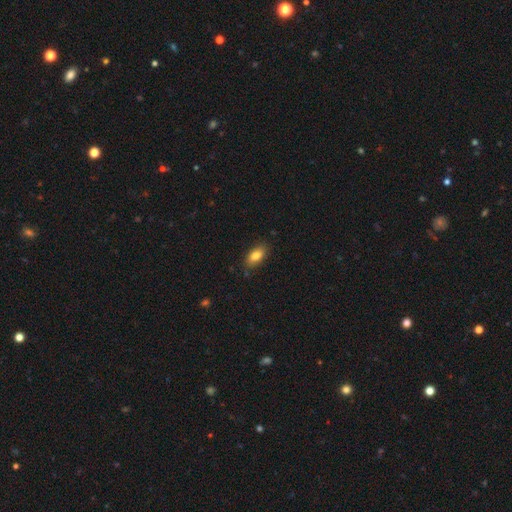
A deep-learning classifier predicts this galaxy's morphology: Overall: smooth (82%). How rounded: in between (88%). Merging: none (83%).